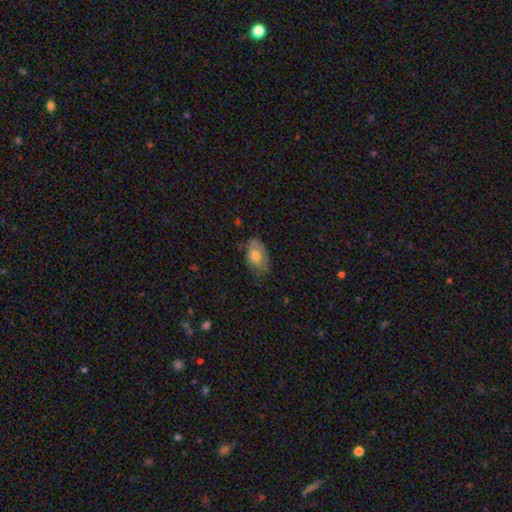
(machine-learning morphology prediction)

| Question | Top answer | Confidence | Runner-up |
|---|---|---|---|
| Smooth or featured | smooth | 66% | featured or disk (27%) |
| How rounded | in between | 90% | round (8%) |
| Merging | none | 60% | minor disturbance (30%) |